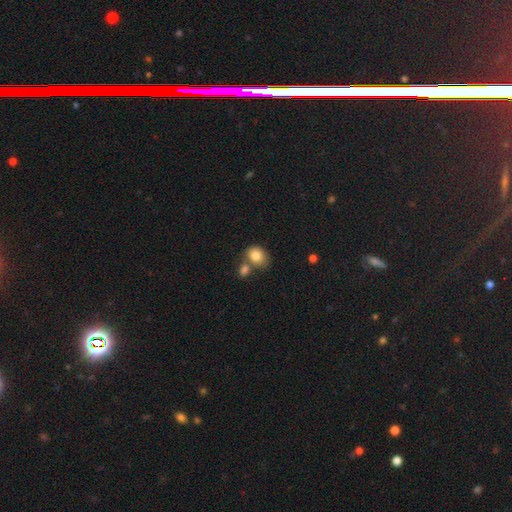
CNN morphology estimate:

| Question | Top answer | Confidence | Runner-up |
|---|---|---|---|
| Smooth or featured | smooth | 82% | featured or disk (9%) |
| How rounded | in between | 50% | round (49%) |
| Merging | none | 44% | merger (38%) |